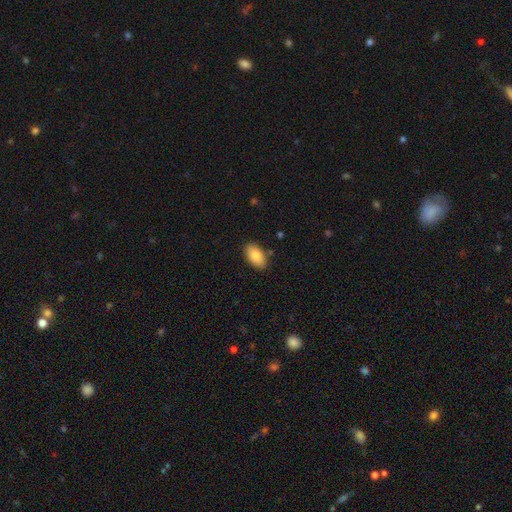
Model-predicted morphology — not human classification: This appears to be a smooth galaxy with no disk features (86%) that is in between round and cigar-shaped (94%). Merging: none (85%).